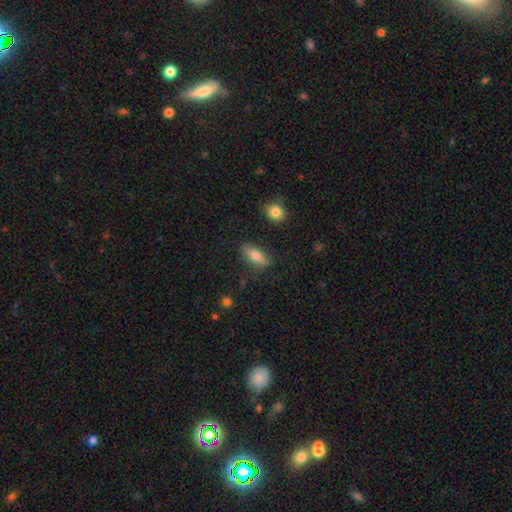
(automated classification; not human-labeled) Smooth or featured?
  - smooth: 75% *
  - featured or disk: 18%
  - star or artifact: 7%
How rounded?
  - in between: 76% *
  - cigar-shaped: 20%
  - round: 4%
Merging?
  - none: 79% *
  - minor disturbance: 15%
  - major disturbance: 4%
  - merger: 3%